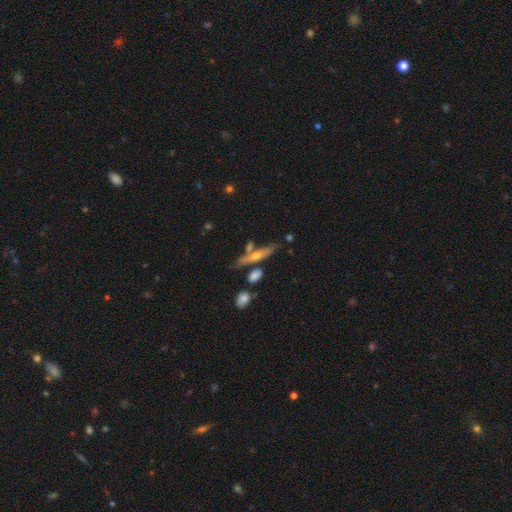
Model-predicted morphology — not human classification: This appears to be a featured or disk galaxy (54%) viewed edge-on (86%). Merging: none (61%).